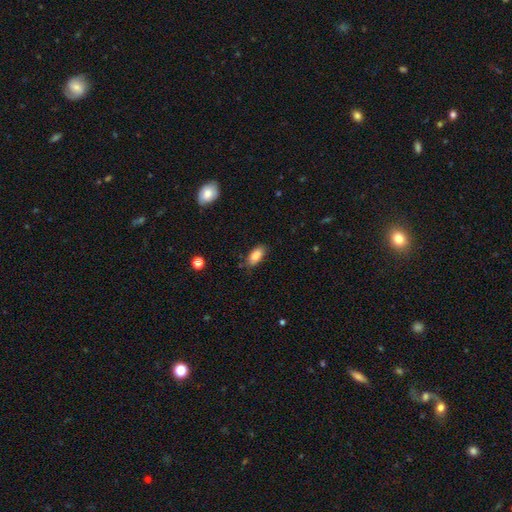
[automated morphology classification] type=smooth (87%); roundness=in between (90%); merging=none (77%).